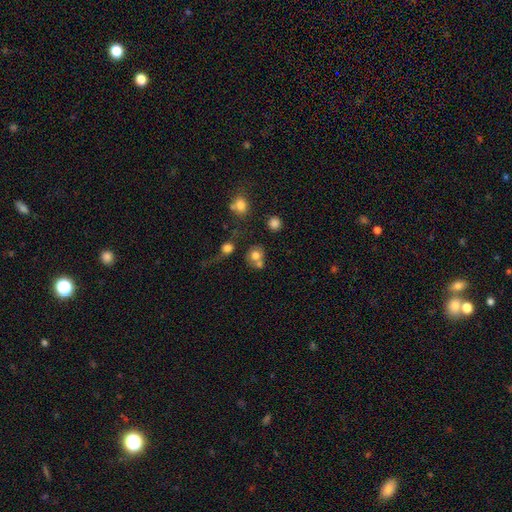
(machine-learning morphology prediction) A smooth galaxy with no disk features (73%) that is round (80%). Merging: none (43%).